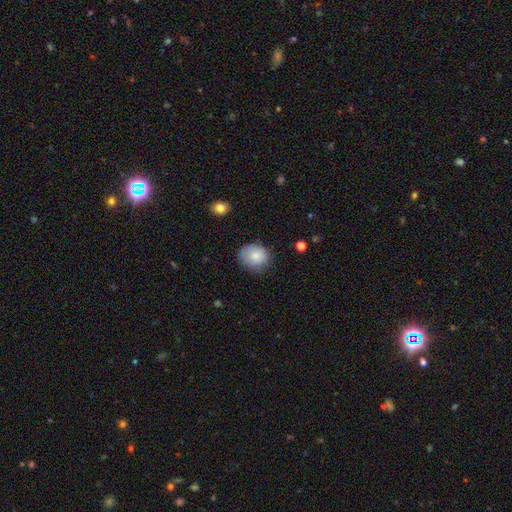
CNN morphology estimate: smooth-or-featured: smooth: 81% | featured or disk: 11% | star or artifact: 8%
  how-rounded: round: 64% | in between: 36% | cigar-shaped: 1%
  merging: none: 72% | minor disturbance: 22% | major disturbance: 5% | merger: 1%